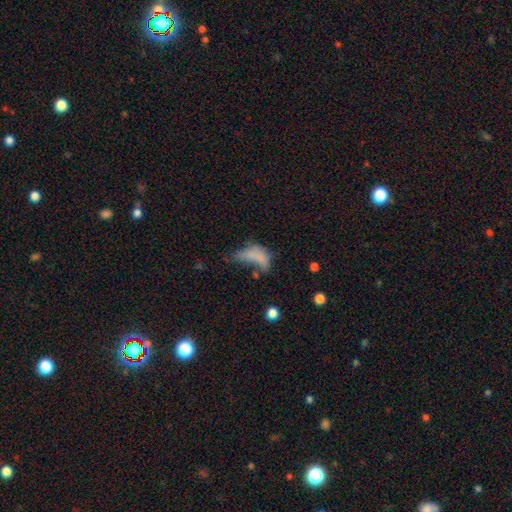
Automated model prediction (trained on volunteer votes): This appears to be a smooth galaxy with no disk features (64%) that is in between round and cigar-shaped (83%). Merging: major disturbance (45%).